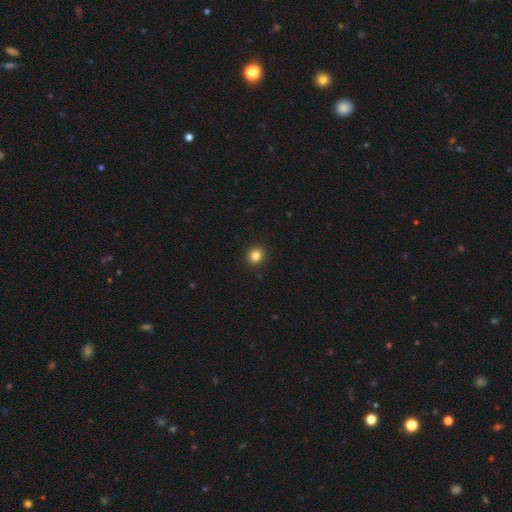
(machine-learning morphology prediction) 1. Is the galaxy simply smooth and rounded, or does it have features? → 83% smooth, 12% star or artifact, 5% featured or disk.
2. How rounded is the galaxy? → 91% round, 8% in between, 1% cigar-shaped.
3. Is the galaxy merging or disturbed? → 93% none, 4% minor disturbance, 2% major disturbance, 1% merger.